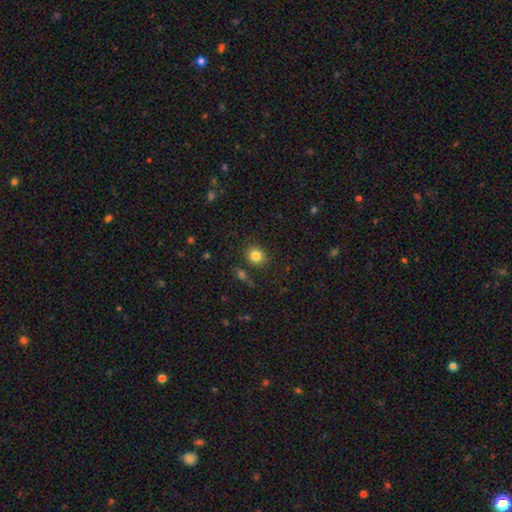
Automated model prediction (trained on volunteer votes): Smooth or featured? Predicted: smooth (p=0.83). How rounded? Predicted: round (p=0.74). Merging? Predicted: none (p=0.84).